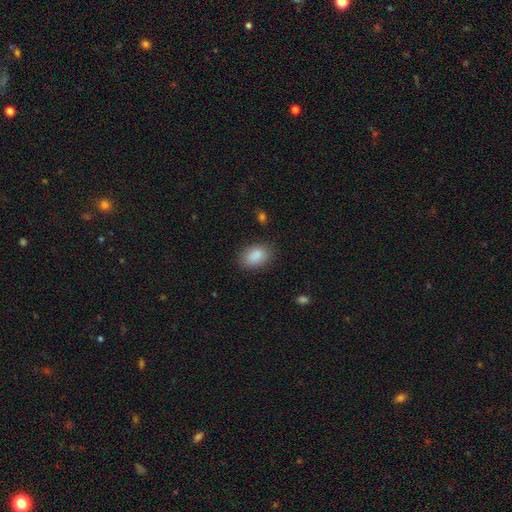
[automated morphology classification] A smooth galaxy with no disk features (89%) that is in between round and cigar-shaped (86%).

Vote fractions:
- Smooth or featured? smooth: 89% / star or artifact: 7% / featured or disk: 4%
- How rounded? in between: 86% / round: 13% / cigar-shaped: 1%
- Merging? none: 82% / minor disturbance: 13% / major disturbance: 4% / merger: 1%